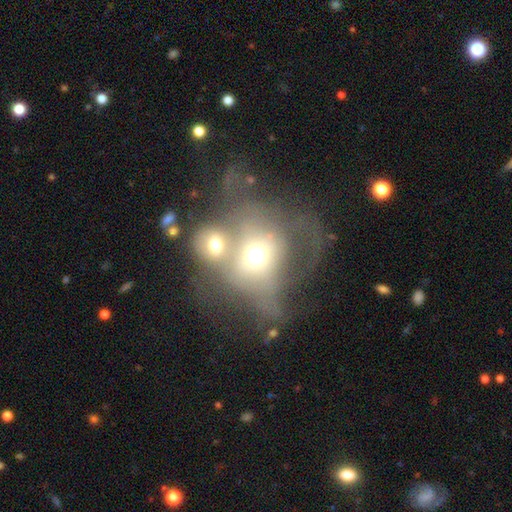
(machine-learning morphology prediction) type=smooth (53%); roundness=round (62%); merging=merger (68%).